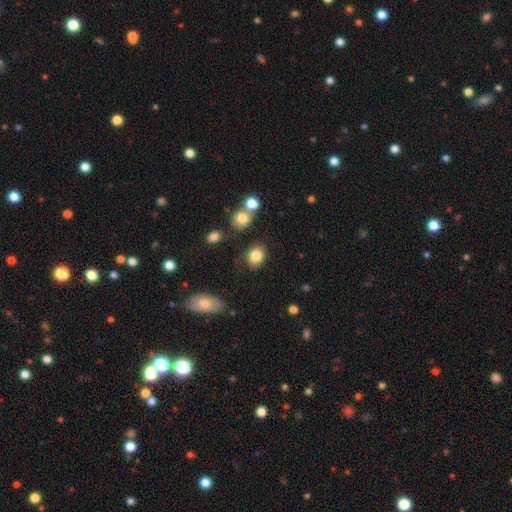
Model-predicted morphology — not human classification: This appears to be a smooth galaxy with no disk features (84%) that is in between round and cigar-shaped (69%). Merging: none (79%).